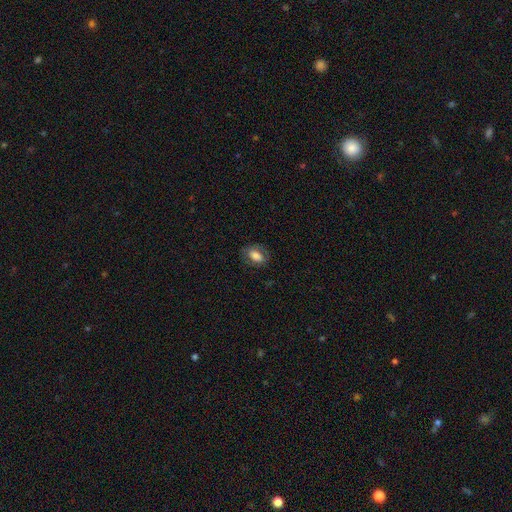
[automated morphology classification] Smooth or featured? Predicted: smooth (p=0.74). How rounded? Predicted: in between (p=0.85). Merging? Predicted: none (p=0.78).